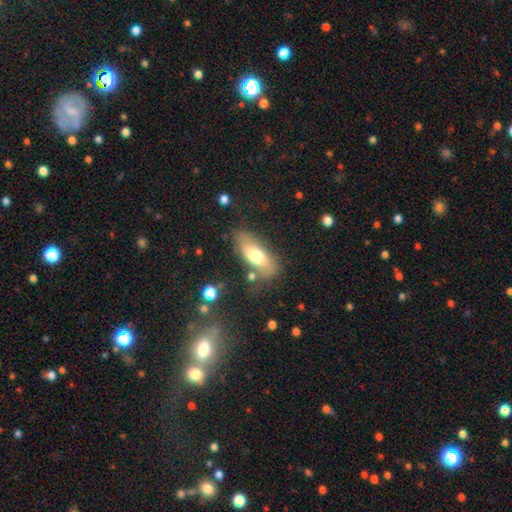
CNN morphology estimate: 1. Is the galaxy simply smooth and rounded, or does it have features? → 66% smooth, 27% featured or disk, 7% star or artifact.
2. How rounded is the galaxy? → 79% in between, 18% cigar-shaped, 3% round.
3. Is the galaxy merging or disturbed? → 69% none, 19% minor disturbance, 7% major disturbance, 5% merger.